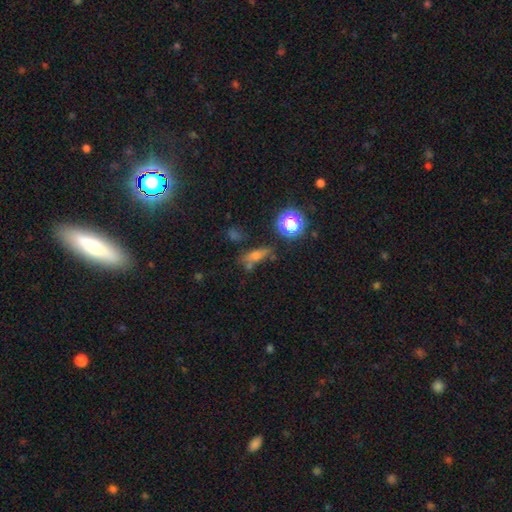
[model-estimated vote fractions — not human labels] Smooth or featured? smooth (49%)
Merging? none (63%)